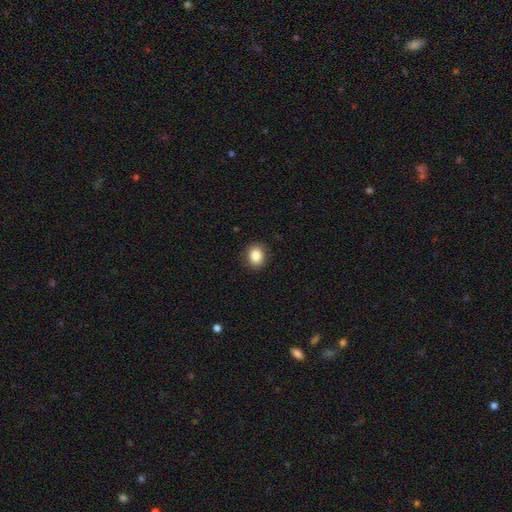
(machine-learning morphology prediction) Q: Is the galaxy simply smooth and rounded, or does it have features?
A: smooth — 86%.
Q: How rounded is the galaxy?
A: round — 63%.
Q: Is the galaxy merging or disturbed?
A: none — 88%.